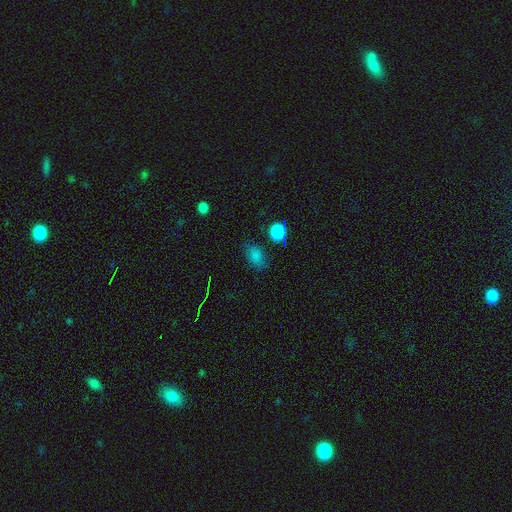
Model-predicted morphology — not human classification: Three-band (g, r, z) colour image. It shows a smooth galaxy with no disk features (78%) that is in between round and cigar-shaped (83%). Merging: none (72%).